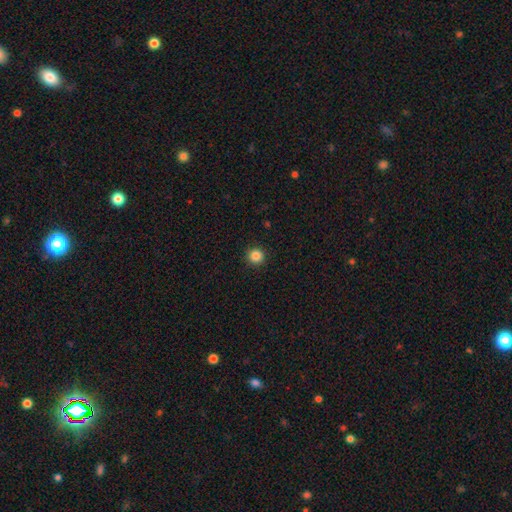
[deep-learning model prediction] smooth_or_featured: smooth (p=0.86) [alt: star or artifact p=0.11]
how_rounded: round (p=0.95) [alt: in between p=0.04]
merging: none (p=0.93) [alt: minor disturbance p=0.05]